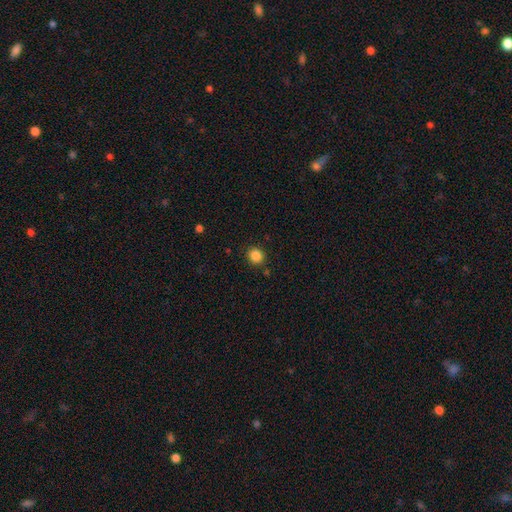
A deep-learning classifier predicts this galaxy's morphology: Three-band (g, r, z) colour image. It shows a smooth galaxy with no disk features (86%) that is round (86%). Merging: none (88%).